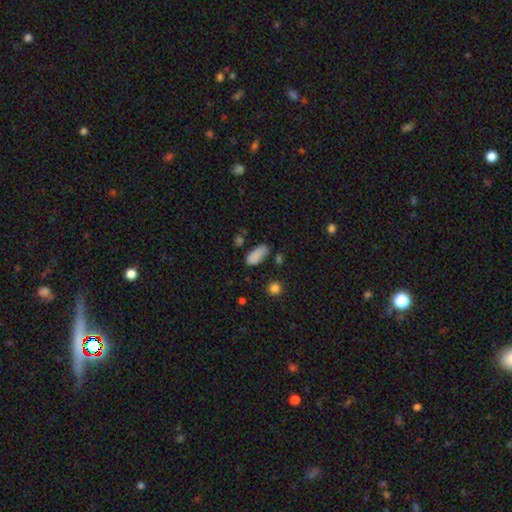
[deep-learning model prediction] This is clearly a smooth galaxy (85%). How rounded: clearly in between (84%). Merging: likely none (64%).